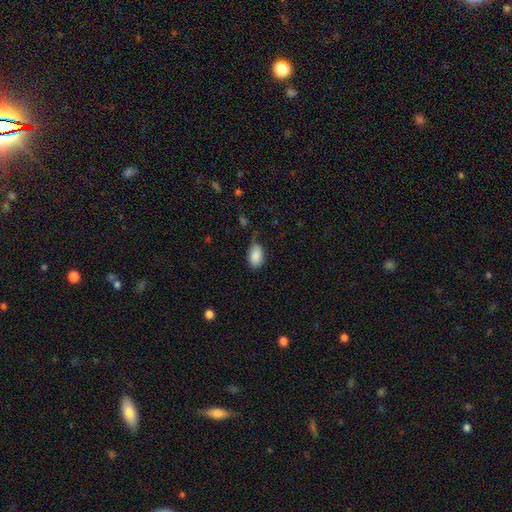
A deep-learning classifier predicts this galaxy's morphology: Overall: smooth (88%). How rounded: in between (90%). Merging: none (61%; minor disturbance 30%).